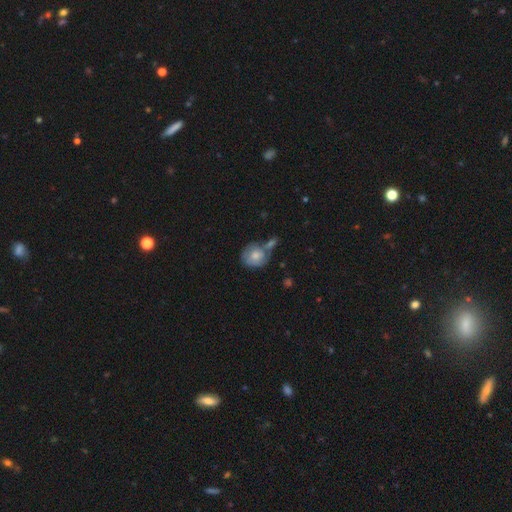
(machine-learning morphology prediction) A smooth galaxy with no disk features (71%) that is round (74%).

Vote fractions:
- Smooth or featured? smooth: 71% / featured or disk: 22% / star or artifact: 7%
- How rounded? round: 74% / in between: 25% / cigar-shaped: 1%
- Merging? none: 43% / merger: 32% / minor disturbance: 18% / major disturbance: 7%